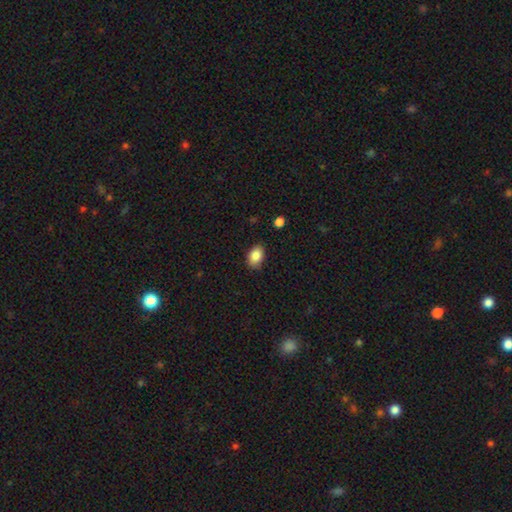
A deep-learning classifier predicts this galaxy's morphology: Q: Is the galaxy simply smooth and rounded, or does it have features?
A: smooth — 87%.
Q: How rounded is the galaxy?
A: in between — 82%.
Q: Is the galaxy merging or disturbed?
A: none — 82%.